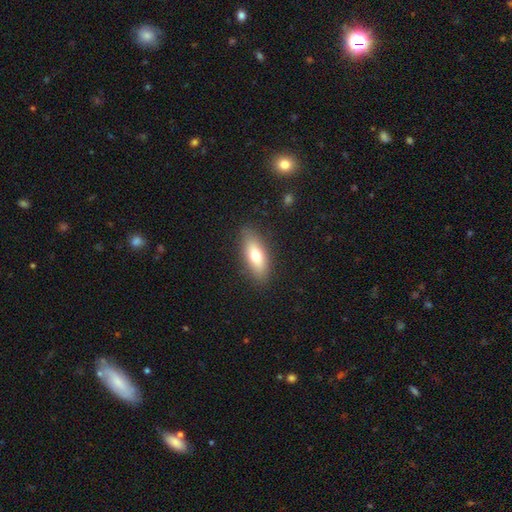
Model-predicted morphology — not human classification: Overall: smooth (68%). How rounded: in between (66%; cigar-shaped 31%). Merging: none (86%).